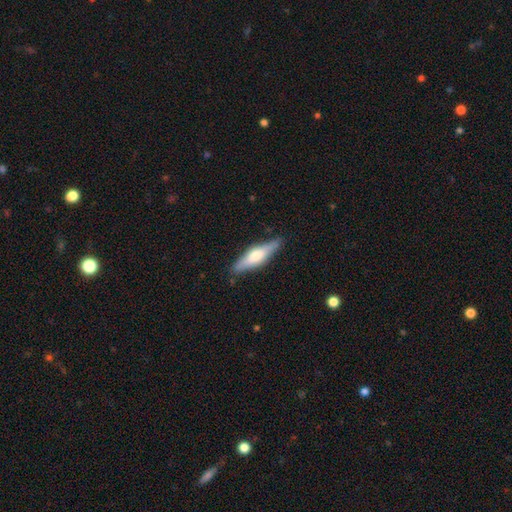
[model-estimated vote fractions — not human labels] This is possibly a featured or disk galaxy (51%). It is clearly viewed edge-on (93%). Merging: clearly none (86%).